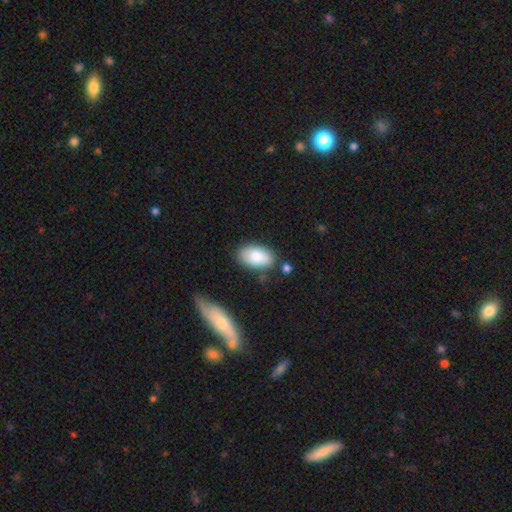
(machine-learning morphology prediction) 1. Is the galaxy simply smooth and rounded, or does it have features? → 84% smooth, 10% featured or disk, 6% star or artifact.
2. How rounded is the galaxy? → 94% in between, 4% round, 2% cigar-shaped.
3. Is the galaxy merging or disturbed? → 75% none, 16% minor disturbance, 6% merger, 4% major disturbance.